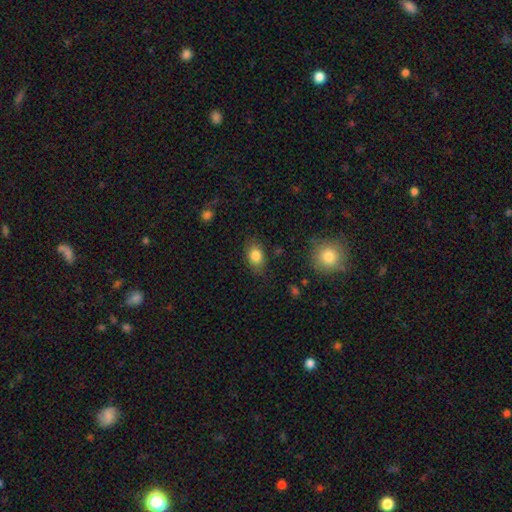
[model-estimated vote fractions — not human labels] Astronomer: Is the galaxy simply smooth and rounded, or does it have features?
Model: smooth — 83%.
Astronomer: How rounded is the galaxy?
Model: in between — 79%.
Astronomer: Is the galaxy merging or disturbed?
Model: none — 79%.